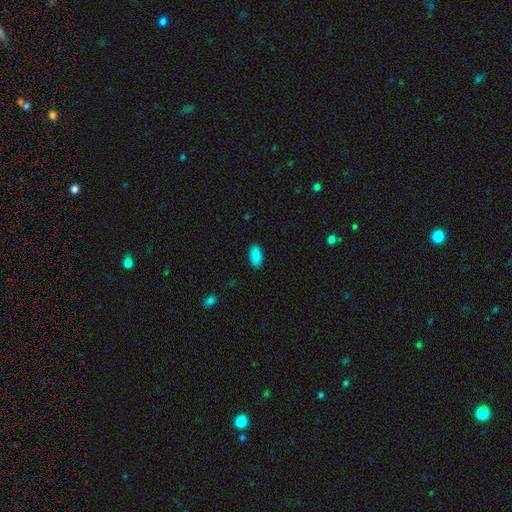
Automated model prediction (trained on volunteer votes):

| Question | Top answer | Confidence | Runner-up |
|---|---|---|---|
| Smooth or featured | smooth | 89% | star or artifact (8%) |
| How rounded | in between | 93% | cigar-shaped (4%) |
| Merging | none | 89% | minor disturbance (8%) |